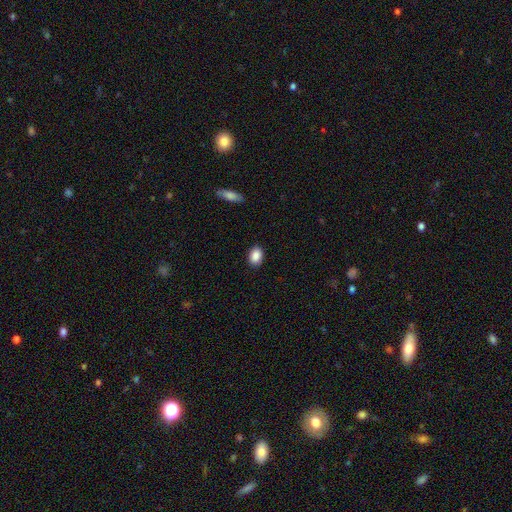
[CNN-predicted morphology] Smooth or featured: smooth — 89% (star or artifact — 8%)
How rounded: in between — 77% (round — 22%)
Merging: none — 89% (minor disturbance — 8%)